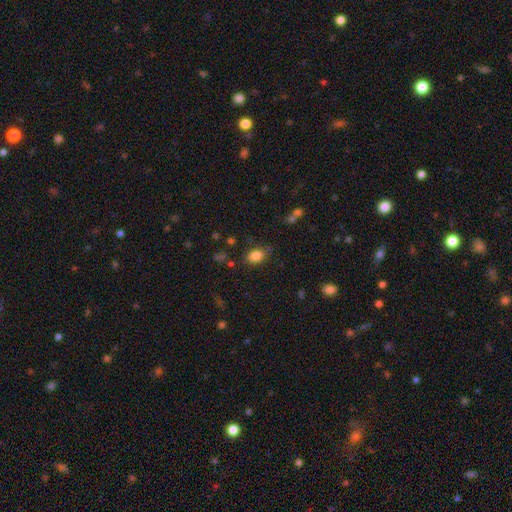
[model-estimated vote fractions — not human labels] Q: Smooth or featured?
A: smooth (85%); runner-up: star or artifact (10%)
Q: How rounded?
A: in between (83%); runner-up: round (16%)
Q: Merging?
A: none (77%); runner-up: minor disturbance (16%)